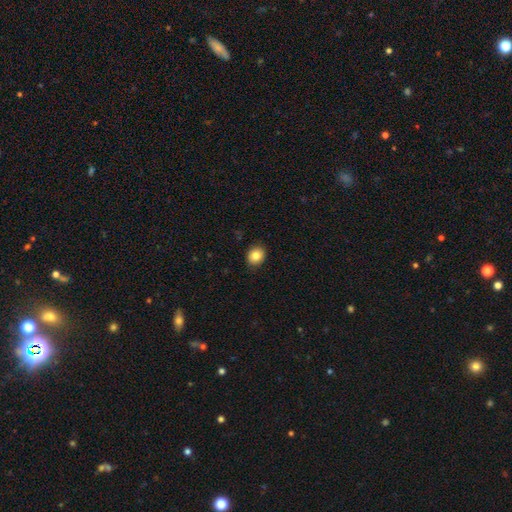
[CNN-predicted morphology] smooth_or_featured: smooth (p=0.81) [alt: star or artifact p=0.09]
how_rounded: round (p=0.68) [alt: in between p=0.31]
merging: none (p=0.90) [alt: minor disturbance p=0.08]